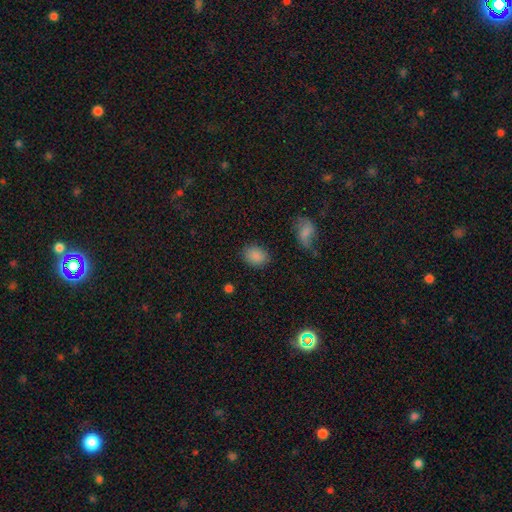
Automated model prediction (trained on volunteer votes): Smooth or featured? Predicted: smooth (p=0.86). How rounded? Predicted: in between (p=0.58). Merging? Predicted: none (p=0.82).